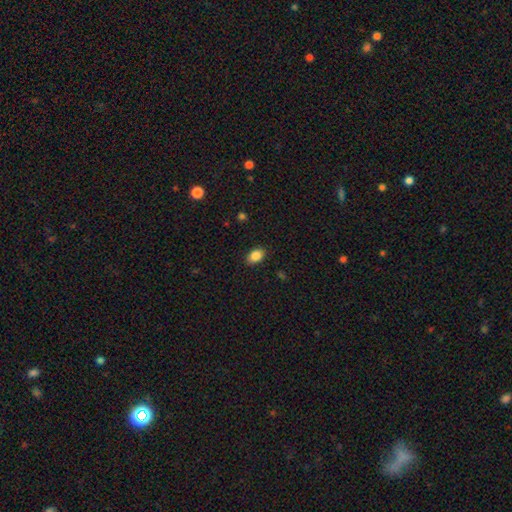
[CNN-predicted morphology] Smooth or featured?
  - smooth: 87% *
  - star or artifact: 9%
  - featured or disk: 4%
How rounded?
  - in between: 85% *
  - round: 13%
  - cigar-shaped: 1%
Merging?
  - none: 88% *
  - minor disturbance: 9%
  - major disturbance: 2%
  - merger: 1%